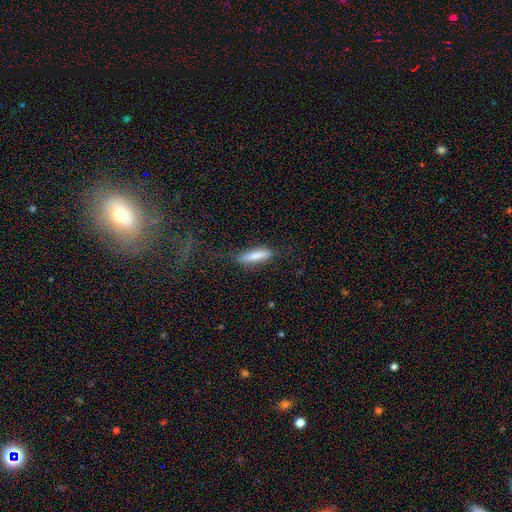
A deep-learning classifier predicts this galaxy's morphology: Smooth or featured: smooth — 79% (featured or disk — 15%)
How rounded: cigar-shaped — 74% (in between — 24%)
Merging: none — 73% (minor disturbance — 18%)